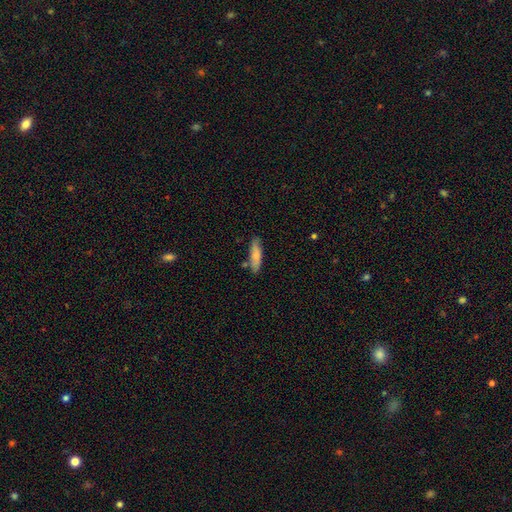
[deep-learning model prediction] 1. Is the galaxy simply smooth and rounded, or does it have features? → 76% smooth, 18% featured or disk, 6% star or artifact.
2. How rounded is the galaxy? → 65% cigar-shaped, 33% in between, 2% round.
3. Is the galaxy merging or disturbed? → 74% none, 16% minor disturbance, 6% merger, 3% major disturbance.